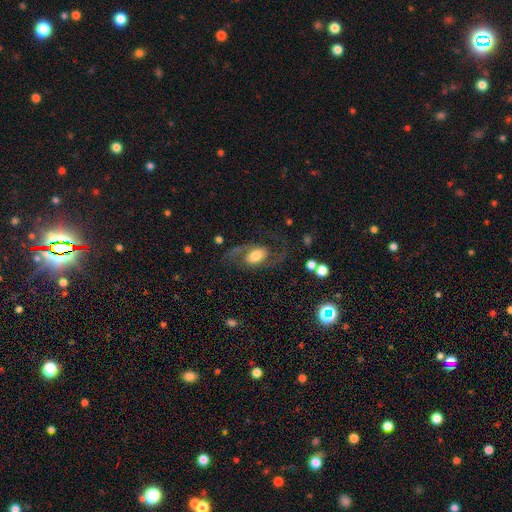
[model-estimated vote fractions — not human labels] Smooth or featured? featured or disk (74%)
Edge-on disk? no (96%)
Bar? no (54%)
Spiral arms? yes (90%)
Spiral winding? loose (46%)
Spiral arm count? 2 (91%)
Bulge size? moderate (52%)
Merging? none (65%)